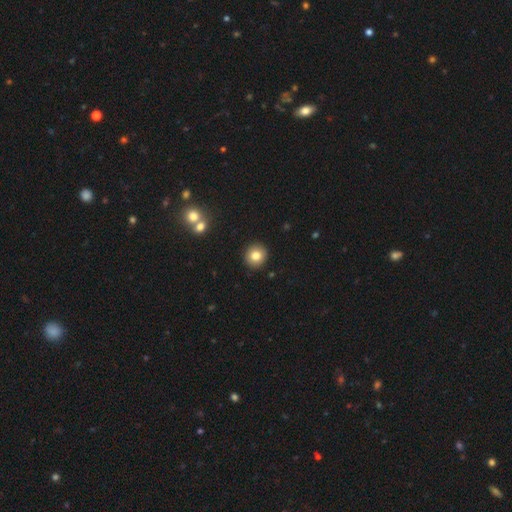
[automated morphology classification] This is clearly a smooth galaxy (81%). How rounded: clearly round (90%). Merging: clearly none (92%).